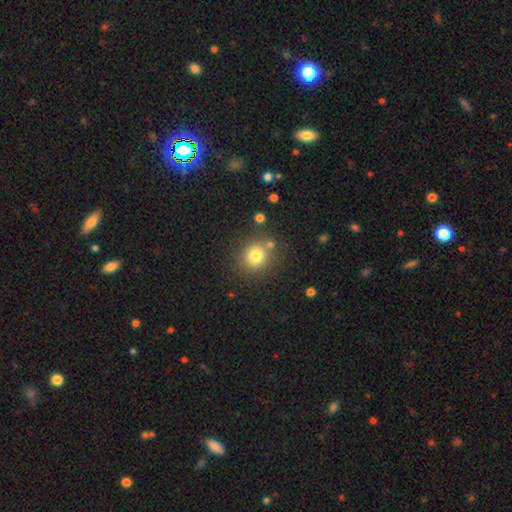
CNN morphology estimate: A smooth galaxy with no disk features (78%) that is round (88%). Merging: none (80%).